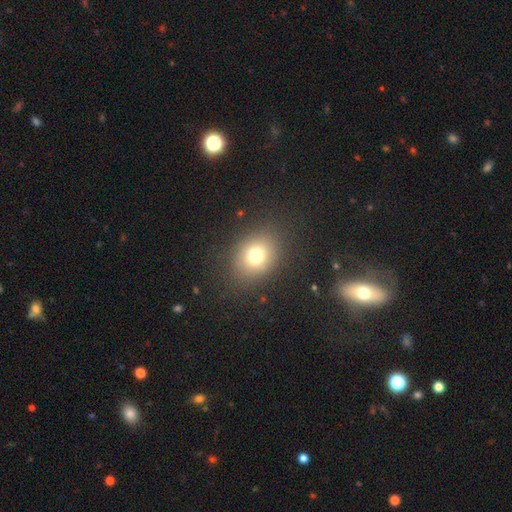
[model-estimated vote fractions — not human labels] Morphology: type=smooth (74%); roundness=round (54%); merging=none (84%).